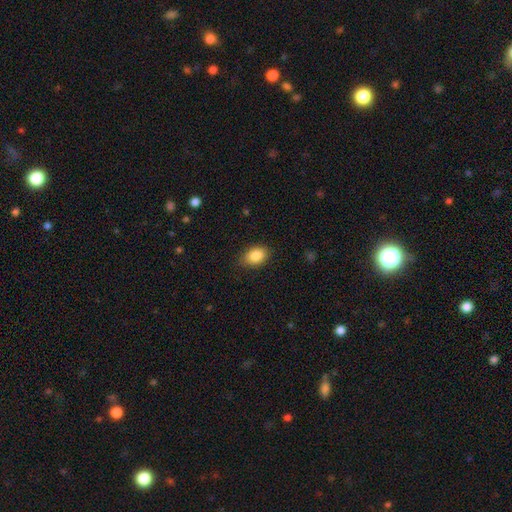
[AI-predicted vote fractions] smooth 88%, star or artifact 8%, featured or disk 5%. Down the decision tree: how rounded — in between (83%); merging — none (82%).